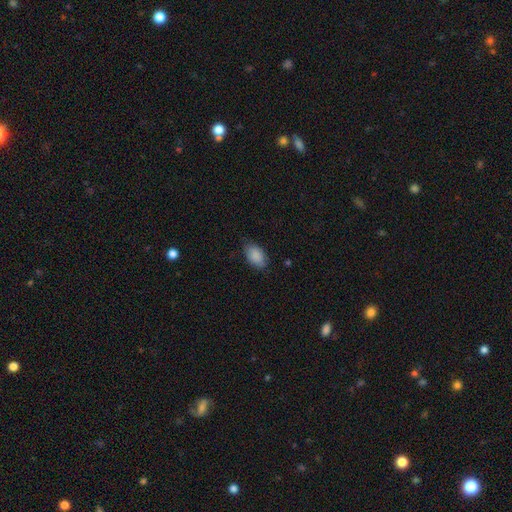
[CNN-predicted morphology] smooth_or_featured: smooth (p=0.89) [alt: star or artifact p=0.07]
how_rounded: in between (p=0.91) [alt: round p=0.07]
merging: none (p=0.77) [alt: minor disturbance p=0.18]